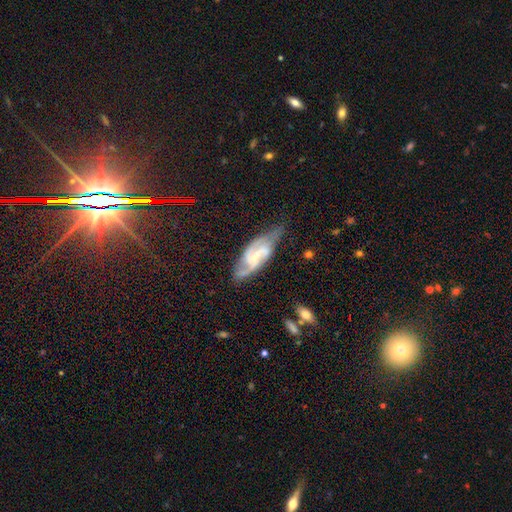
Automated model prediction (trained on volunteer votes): Morphology: type=featured or disk (83%); edge-on=no (92%); bar=weak (46%); spiral arms=yes (96%); winding=medium (51%); arm count=2 (70%); bulge=small (51%); merging=none (60%).